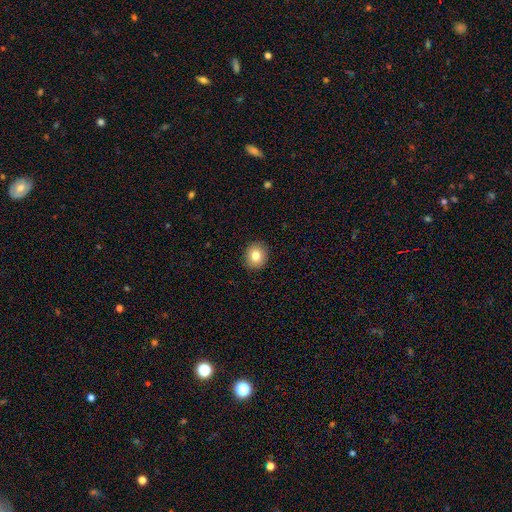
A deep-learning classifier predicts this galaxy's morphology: Smooth or featured?
  - smooth: 82% *
  - star or artifact: 9%
  - featured or disk: 9%
How rounded?
  - round: 83% *
  - in between: 16%
  - cigar-shaped: 1%
Merging?
  - none: 91% *
  - minor disturbance: 6%
  - major disturbance: 2%
  - merger: 1%